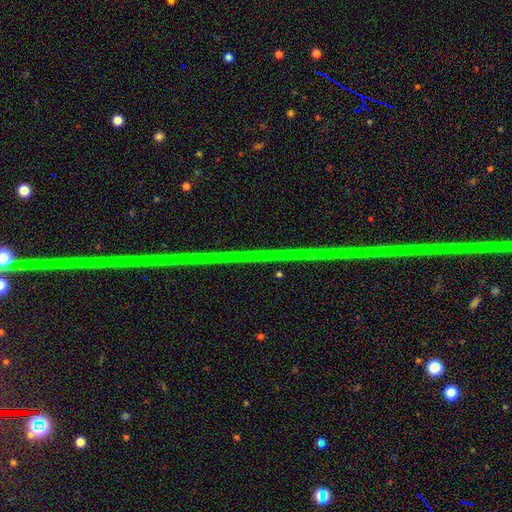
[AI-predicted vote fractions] A star or artifact, not a galaxy (89%).

Vote fractions:
- Smooth or featured? star or artifact: 89% / featured or disk: 7% / smooth: 4%